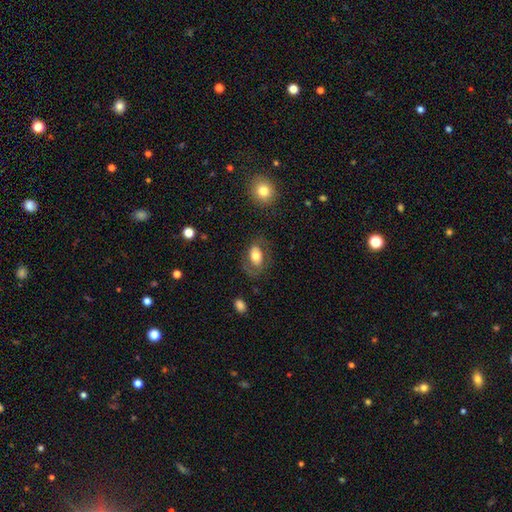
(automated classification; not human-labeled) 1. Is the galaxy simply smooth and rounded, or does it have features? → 59% smooth, 34% featured or disk, 7% star or artifact.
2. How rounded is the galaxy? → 85% in between, 13% round, 2% cigar-shaped.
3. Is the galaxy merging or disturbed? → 69% none, 17% minor disturbance, 13% major disturbance, 2% merger.